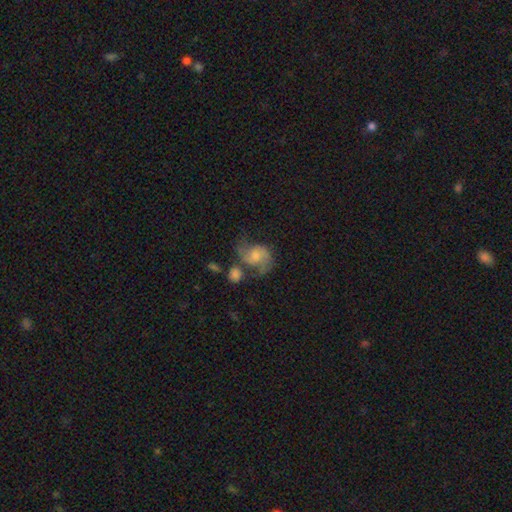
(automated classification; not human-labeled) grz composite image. It shows a featured or disk galaxy (69%) with no bar (59%), 2 (86%) medium (47%) spiral arms (91%) and a moderate central bulge (46%). Merging: none (45%).